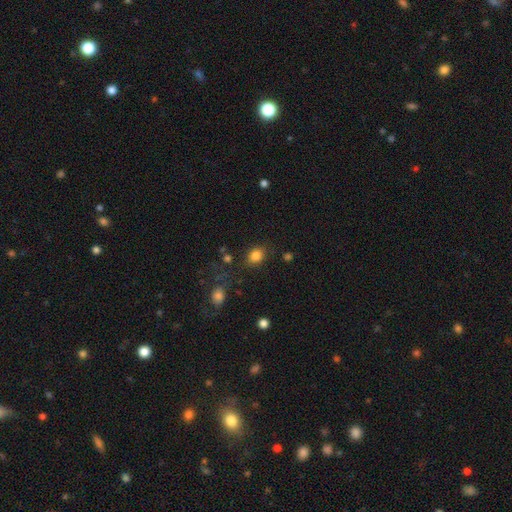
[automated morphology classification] Q: Smooth or featured?
A: smooth (83%); runner-up: star or artifact (11%)
Q: How rounded?
A: round (52%); runner-up: in between (46%)
Q: Merging?
A: none (78%); runner-up: minor disturbance (13%)